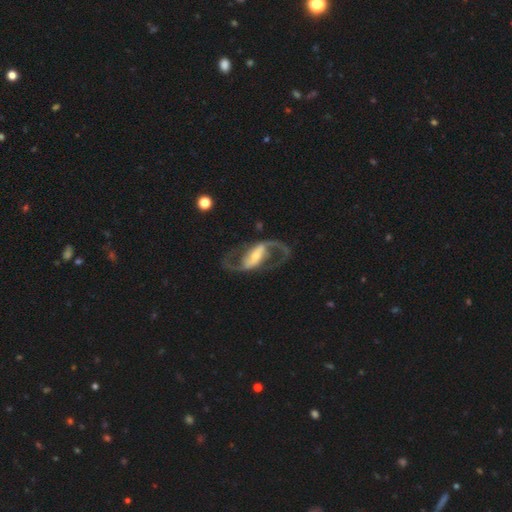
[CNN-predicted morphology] type=featured or disk (89%); edge-on=no (96%); bar=strong (59%); spiral arms=yes (95%); winding=loose (46%); arm count=2 (92%); bulge=small (50%); merging=none (75%).